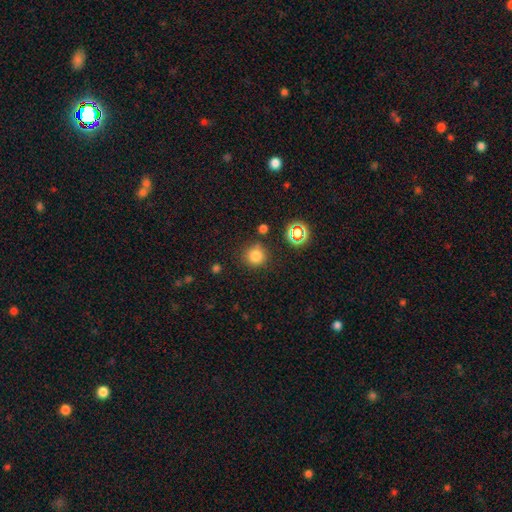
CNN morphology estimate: Q: Smooth or featured?
A: smooth (79%); runner-up: star or artifact (16%)
Q: How rounded?
A: round (93%); runner-up: in between (6%)
Q: Merging?
A: none (82%); runner-up: minor disturbance (10%)